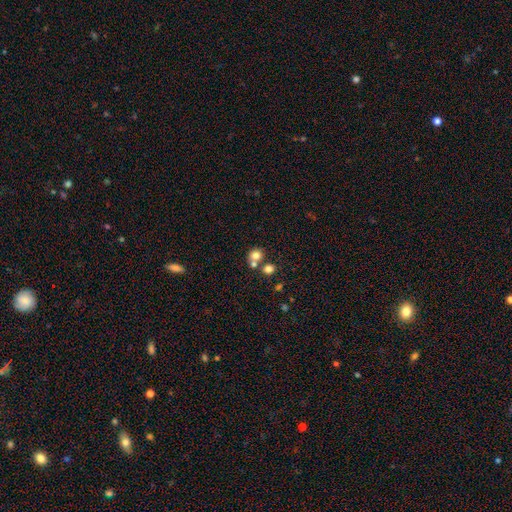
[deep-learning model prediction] Overall: smooth (77%). How rounded: round (81%). Merging: none (51%; merger 39%).